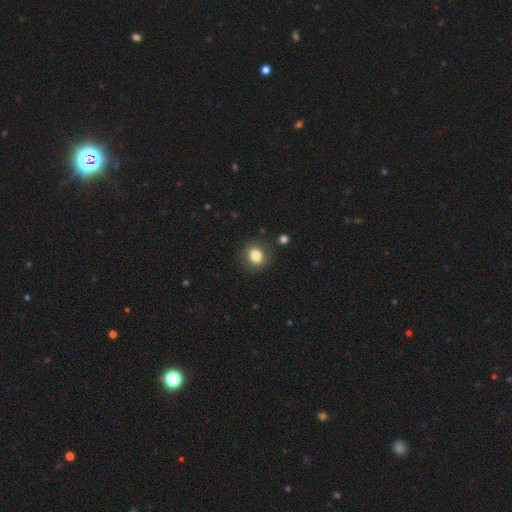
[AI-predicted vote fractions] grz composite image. It shows a smooth galaxy with no disk features (82%) that is round (82%). Merging: none (85%).